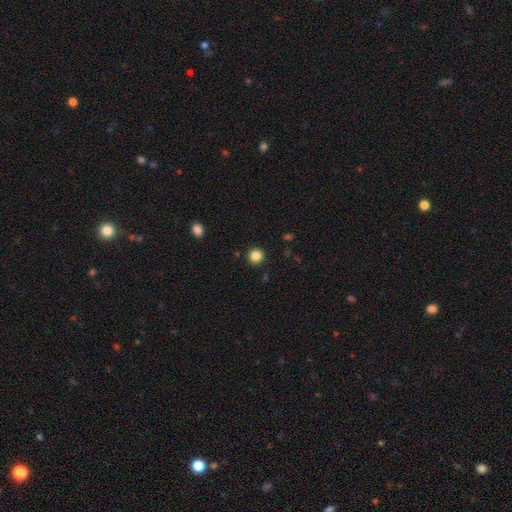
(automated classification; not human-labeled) This is clearly a smooth galaxy (85%). How rounded: clearly round (94%). Merging: clearly none (91%).